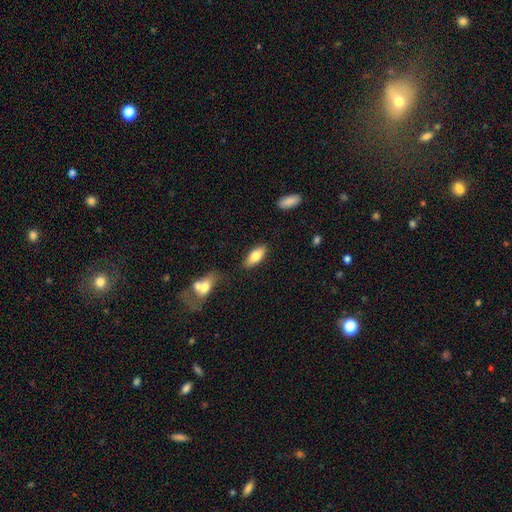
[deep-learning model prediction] Smooth or featured? Predicted: smooth (p=0.74). How rounded? Predicted: in between (p=0.79). Merging? Predicted: none (p=0.83).